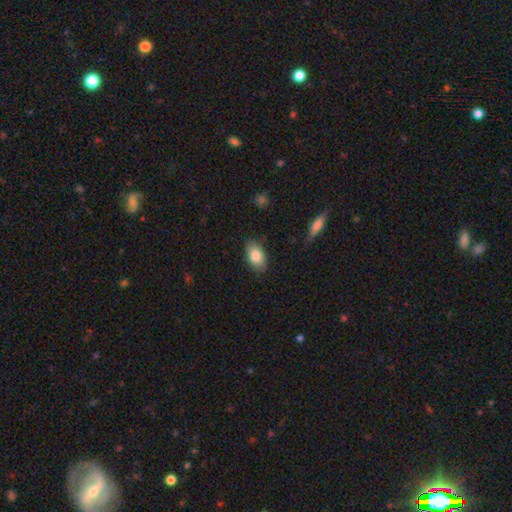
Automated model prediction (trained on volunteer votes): smooth_or_featured: smooth (p=0.84) [alt: featured or disk p=0.09]
how_rounded: in between (p=0.92) [alt: round p=0.06]
merging: none (p=0.82) [alt: minor disturbance p=0.14]